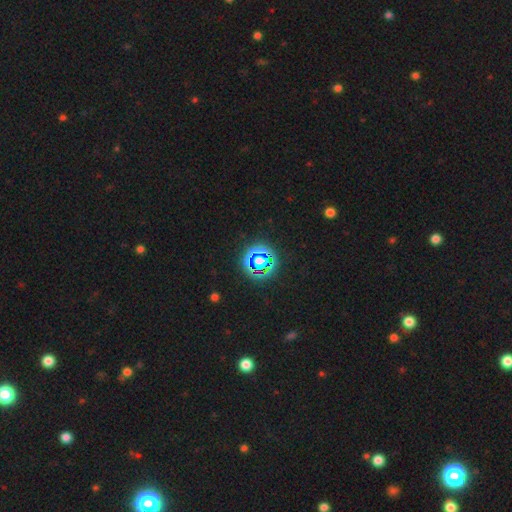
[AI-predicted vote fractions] Overall: star or artifact (79%).